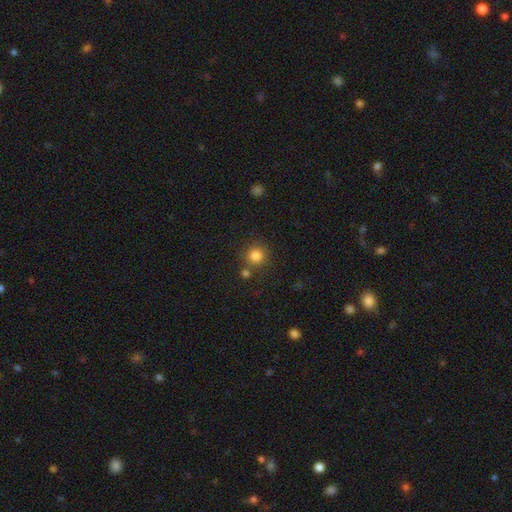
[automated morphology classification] A smooth galaxy with no disk features (83%) that is round (94%). Merging: none (79%).